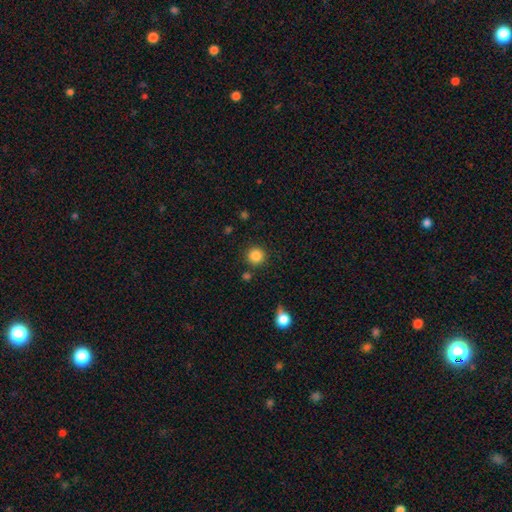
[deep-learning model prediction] Smooth or featured? Predicted: smooth (p=0.86). How rounded? Predicted: round (p=0.94). Merging? Predicted: none (p=0.87).